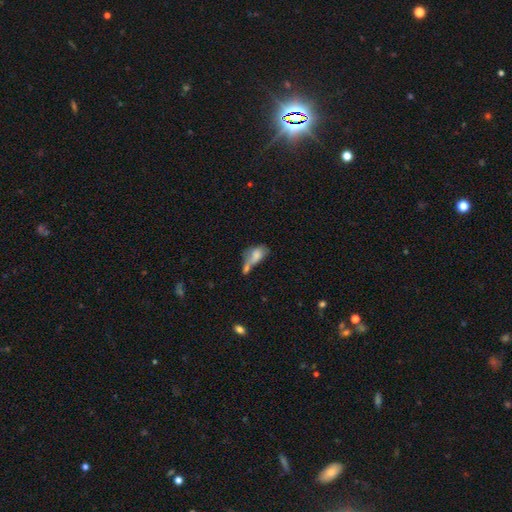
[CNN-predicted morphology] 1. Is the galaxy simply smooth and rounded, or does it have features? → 69% smooth, 21% featured or disk, 9% star or artifact.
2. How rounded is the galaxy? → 84% in between, 9% round, 7% cigar-shaped.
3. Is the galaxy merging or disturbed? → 49% merger, 19% none, 16% major disturbance, 16% minor disturbance.